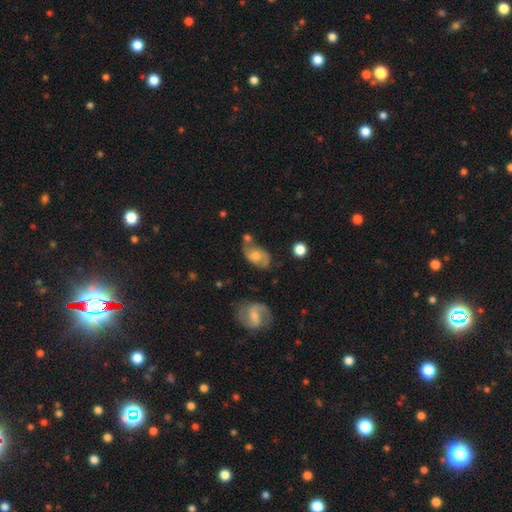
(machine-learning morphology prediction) Smooth or featured? Predicted: featured or disk (p=0.61). Edge-on disk? Predicted: no (p=0.95). Bar? Predicted: no (p=0.63). Spiral arms? Predicted: yes (p=0.81). Bulge size? Predicted: moderate (p=0.61). Merging? Predicted: none (p=0.55).